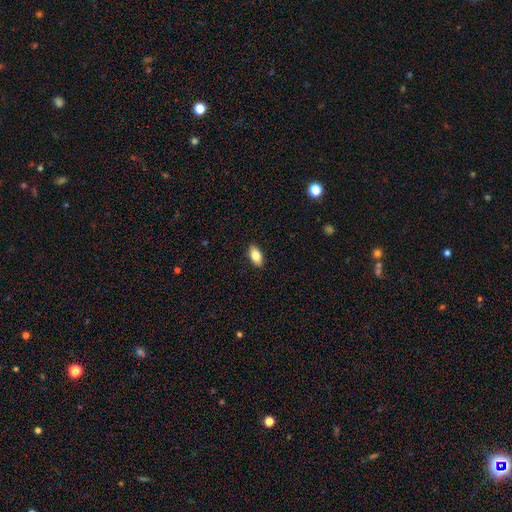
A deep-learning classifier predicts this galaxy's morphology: A smooth galaxy with no disk features (80%) that is in between round and cigar-shaped (90%).

Vote fractions:
- Smooth or featured? smooth: 80% / featured or disk: 13% / star or artifact: 7%
- How rounded? in between: 90% / cigar-shaped: 6% / round: 4%
- Merging? none: 90% / minor disturbance: 8% / major disturbance: 2% / merger: 1%